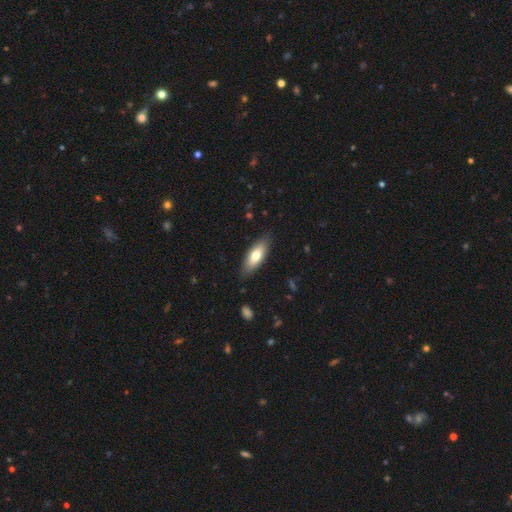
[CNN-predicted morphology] This is likely a smooth galaxy (71%). How rounded: likely in between (70%). Merging: clearly none (84%).